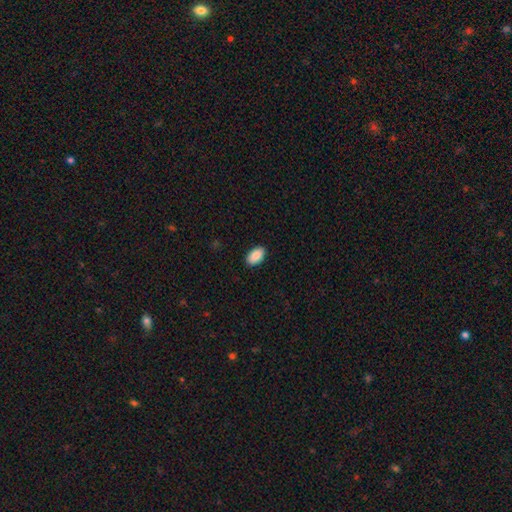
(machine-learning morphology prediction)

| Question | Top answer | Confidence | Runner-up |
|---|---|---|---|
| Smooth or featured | smooth | 89% | star or artifact (7%) |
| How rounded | in between | 94% | round (5%) |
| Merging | none | 90% | minor disturbance (8%) |